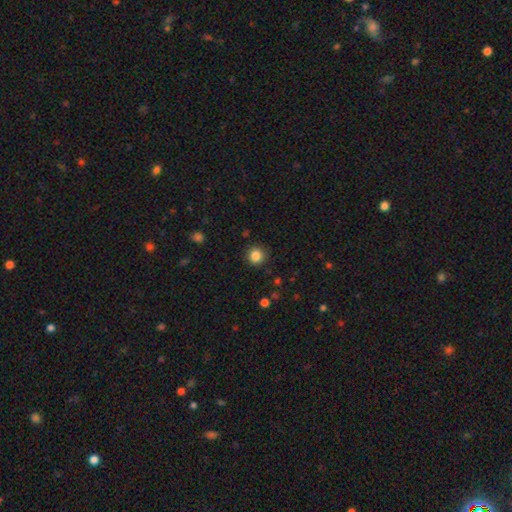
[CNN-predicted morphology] Smooth or featured? Predicted: smooth (p=0.85). How rounded? Predicted: round (p=0.94). Merging? Predicted: none (p=0.90).